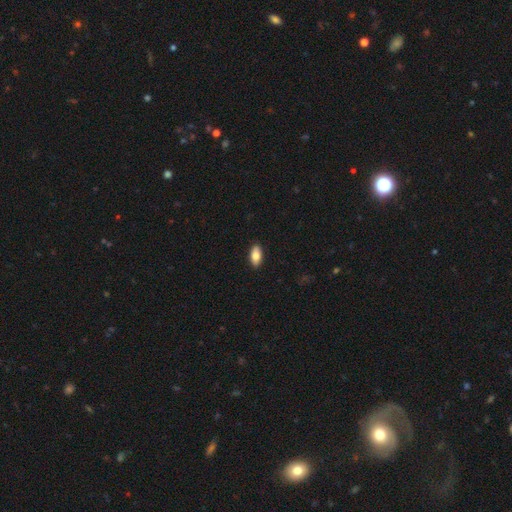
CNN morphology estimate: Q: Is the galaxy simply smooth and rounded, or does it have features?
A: smooth — 81%.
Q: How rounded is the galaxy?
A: in between — 91%.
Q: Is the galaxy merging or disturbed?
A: none — 90%.